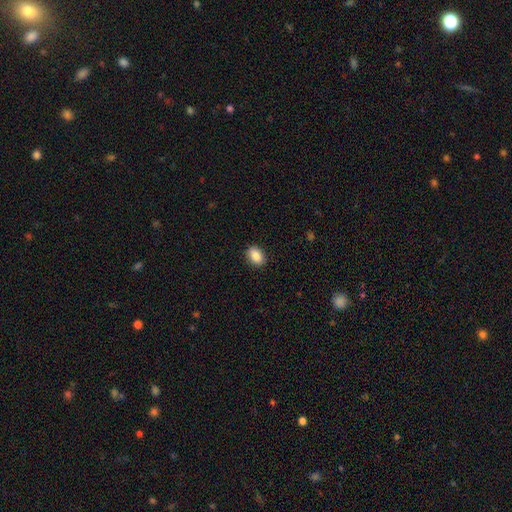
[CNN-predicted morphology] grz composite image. It shows a smooth galaxy with no disk features (87%) that is in between round and cigar-shaped (76%). Merging: none (89%).